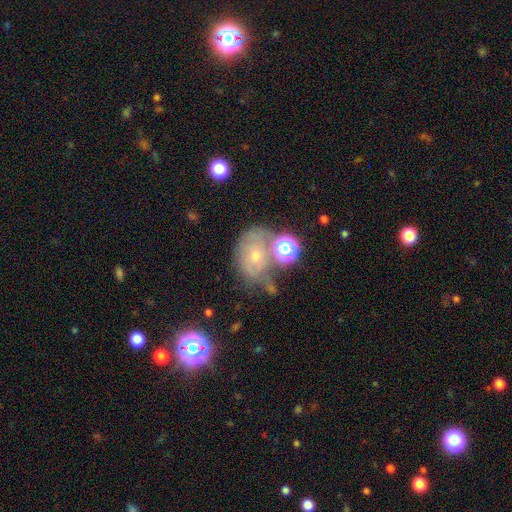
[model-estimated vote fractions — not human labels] Morphology: type=smooth (45%); merging=none (39%).